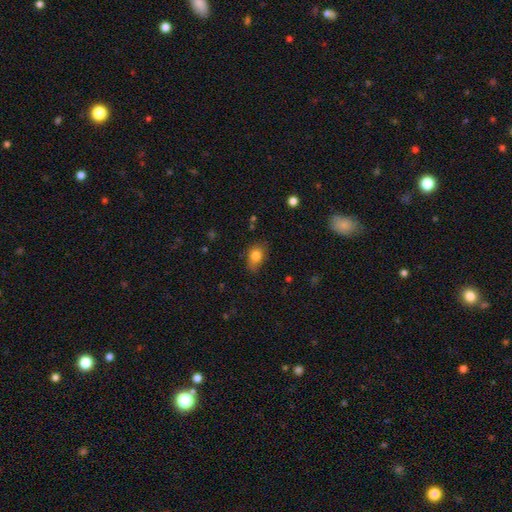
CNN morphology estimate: type=smooth (80%); roundness=in between (75%); merging=none (69%).